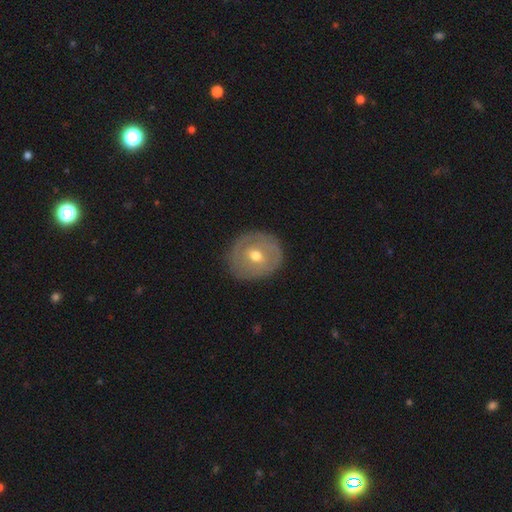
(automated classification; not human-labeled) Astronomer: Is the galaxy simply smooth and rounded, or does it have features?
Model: featured or disk — 54% (runner-up: smooth, 40%).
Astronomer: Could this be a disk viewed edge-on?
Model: no — 95%.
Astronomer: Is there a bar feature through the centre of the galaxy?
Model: no — 60%.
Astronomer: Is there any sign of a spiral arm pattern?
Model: no — 64%.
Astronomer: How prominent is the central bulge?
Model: moderate — 71%.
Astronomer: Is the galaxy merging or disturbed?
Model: none — 84%.